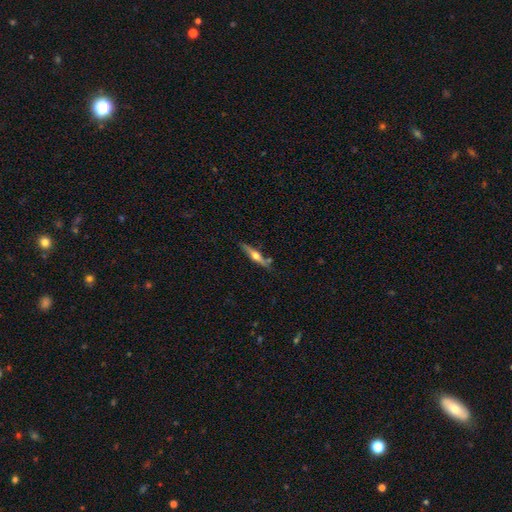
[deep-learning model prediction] Smooth or featured? Predicted: featured or disk (p=0.62). Edge-on disk? Predicted: yes (p=0.95). Edge-on bulge? Predicted: rounded (p=0.92). Merging? Predicted: none (p=0.78).